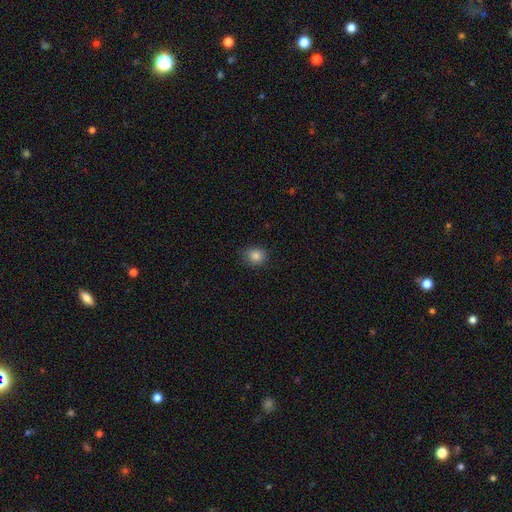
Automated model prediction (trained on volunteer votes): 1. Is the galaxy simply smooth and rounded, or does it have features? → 84% smooth, 11% star or artifact, 5% featured or disk.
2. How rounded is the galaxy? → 69% round, 30% in between, 1% cigar-shaped.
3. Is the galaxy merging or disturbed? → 82% none, 14% minor disturbance, 3% major disturbance, 1% merger.